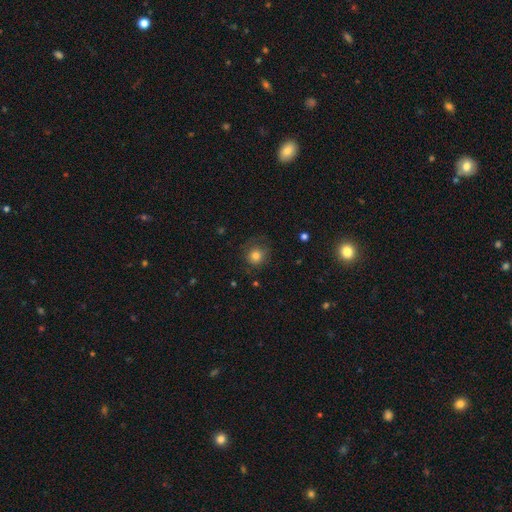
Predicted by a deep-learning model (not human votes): Smooth or featured?
  - smooth: 79% *
  - star or artifact: 11%
  - featured or disk: 10%
How rounded?
  - round: 89% *
  - in between: 10%
  - cigar-shaped: 1%
Merging?
  - none: 71% *
  - minor disturbance: 18%
  - major disturbance: 10%
  - merger: 1%